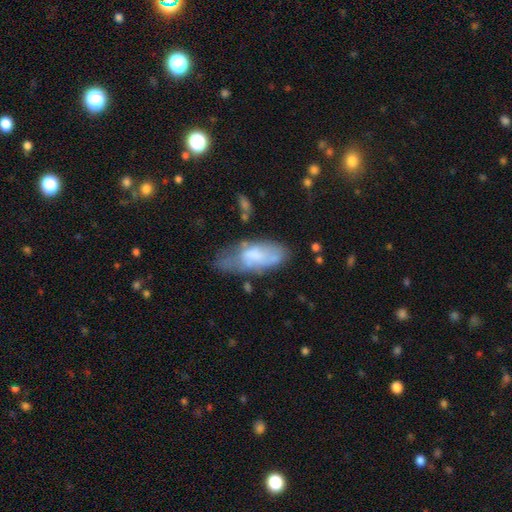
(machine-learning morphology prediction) Q: Smooth or featured?
A: smooth (56%); runner-up: featured or disk (36%)
Q: How rounded?
A: in between (86%); runner-up: cigar-shaped (11%)
Q: Merging?
A: none (38%); runner-up: minor disturbance (33%)